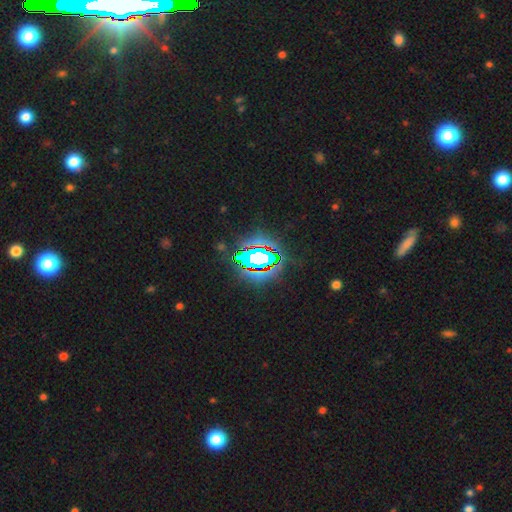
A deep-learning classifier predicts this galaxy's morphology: smooth_or_featured: star or artifact (p=0.68) [alt: smooth p=0.18]